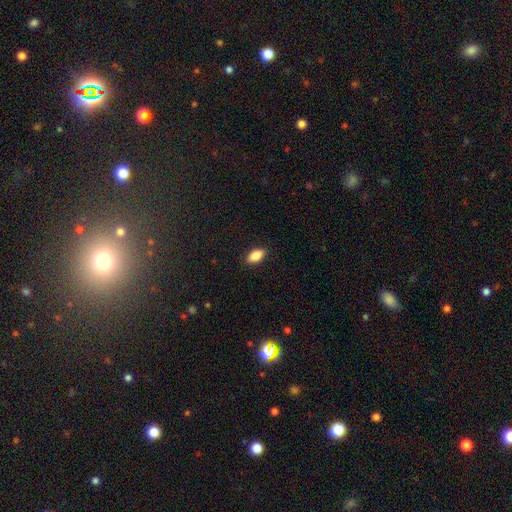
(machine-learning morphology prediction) Overall: smooth (86%). How rounded: in between (91%). Merging: none (88%).